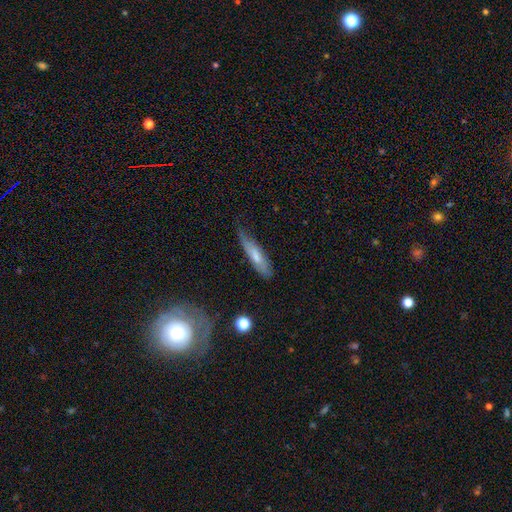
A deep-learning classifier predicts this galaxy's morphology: Smooth or featured: smooth — 58% (featured or disk — 35%)
How rounded: cigar-shaped — 72% (in between — 26%)
Merging: none — 58% (minor disturbance — 31%)